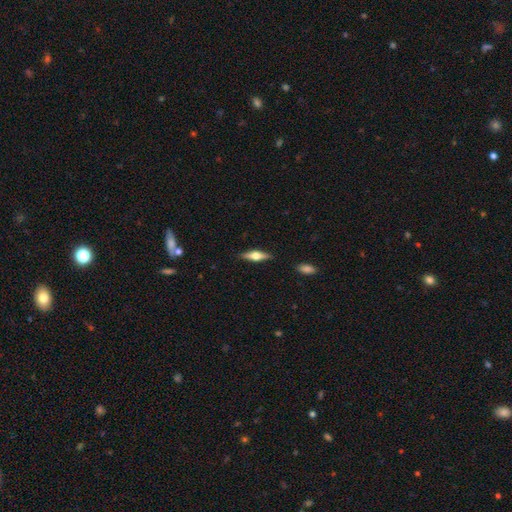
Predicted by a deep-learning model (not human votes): smooth_or_featured: featured or disk (p=0.58) [alt: smooth p=0.36]
disk_edge_on: yes (p=0.94) [alt: no p=0.06]
edge_on_bulge: rounded (p=0.93) [alt: boxy p=0.05]
merging: none (p=0.88) [alt: minor disturbance p=0.08]